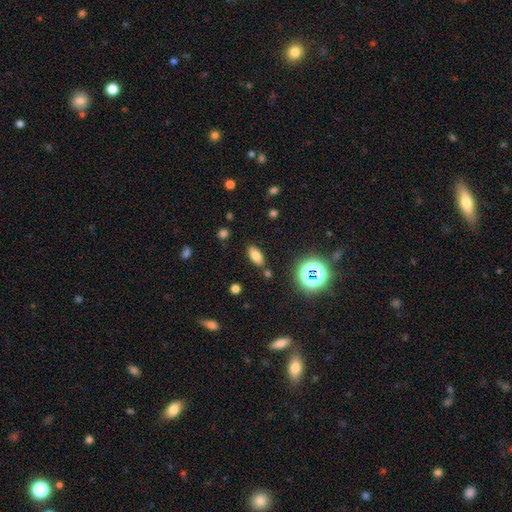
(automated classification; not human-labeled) Smooth or featured?
  - smooth: 73% *
  - star or artifact: 16%
  - featured or disk: 11%
How rounded?
  - in between: 85% *
  - cigar-shaped: 10%
  - round: 5%
Merging?
  - none: 83% *
  - minor disturbance: 10%
  - merger: 4%
  - major disturbance: 3%